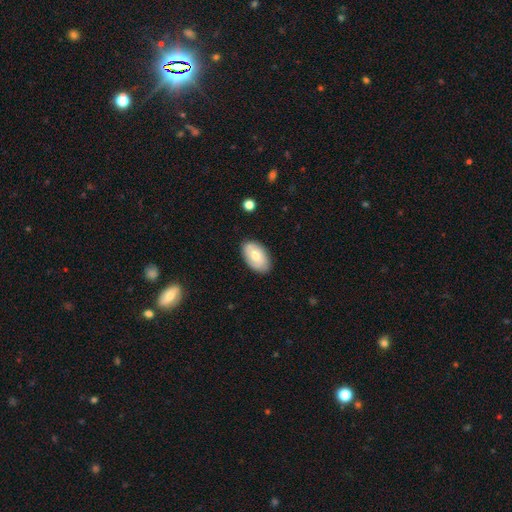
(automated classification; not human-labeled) smooth_or_featured: smooth (p=0.68) [alt: featured or disk p=0.26]
how_rounded: in between (p=0.94) [alt: round p=0.05]
merging: none (p=0.83) [alt: minor disturbance p=0.13]